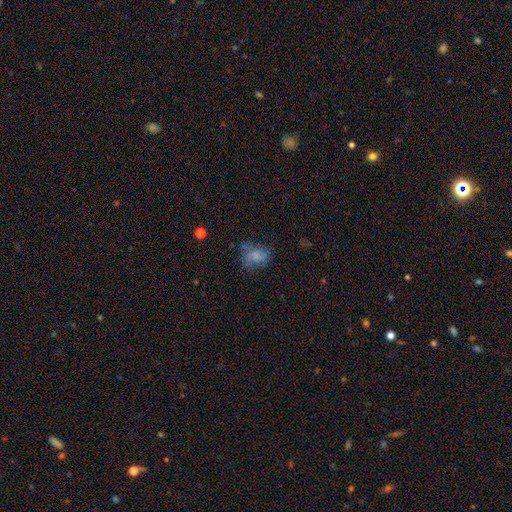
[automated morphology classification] A smooth galaxy with no disk features (65%) that is in between round and cigar-shaped (58%). Merging: none (47%).